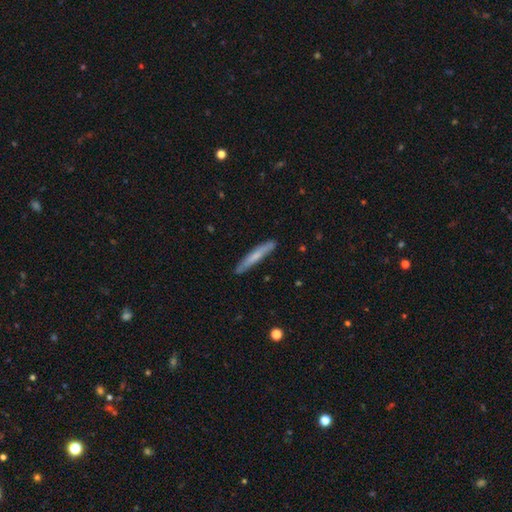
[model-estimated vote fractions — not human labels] Smooth or featured? Predicted: smooth (p=0.62). How rounded? Predicted: cigar-shaped (p=0.95). Merging? Predicted: none (p=0.87).